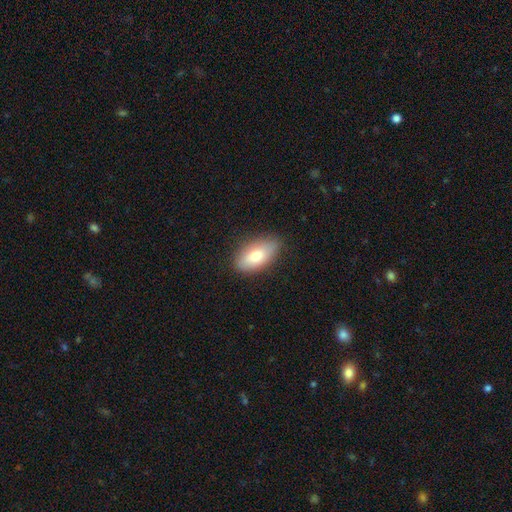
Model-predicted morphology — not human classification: smooth 75%, featured or disk 18%, star or artifact 7%. Down the decision tree: how rounded — in between (91%); merging — none (83%).